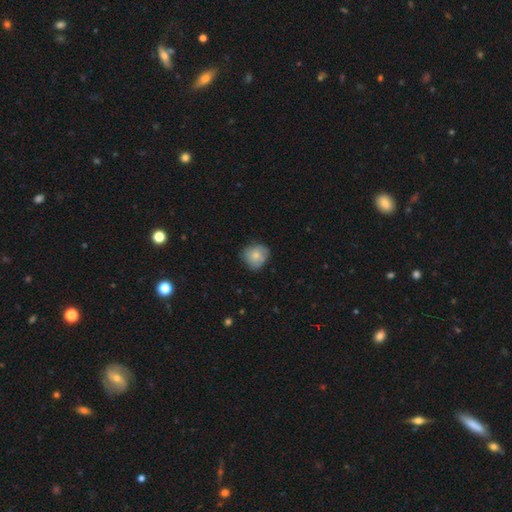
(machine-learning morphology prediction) Smooth or featured?
  - smooth: 73% *
  - featured or disk: 20%
  - star or artifact: 7%
How rounded?
  - round: 83% *
  - in between: 16%
  - cigar-shaped: 1%
Merging?
  - none: 70% *
  - minor disturbance: 24%
  - major disturbance: 5%
  - merger: 1%